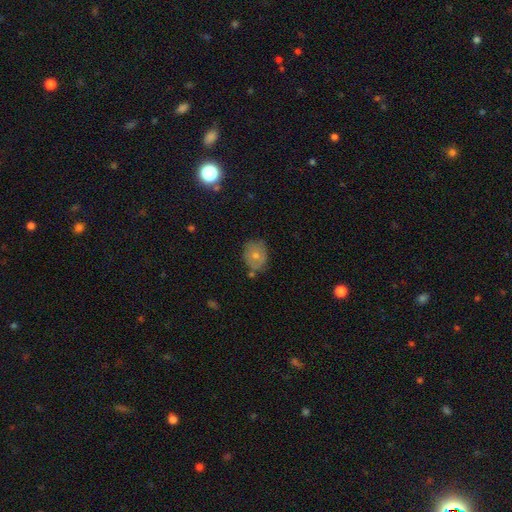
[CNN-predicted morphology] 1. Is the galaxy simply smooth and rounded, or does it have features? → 68% smooth, 23% featured or disk, 9% star or artifact.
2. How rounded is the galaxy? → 52% round, 46% in between, 1% cigar-shaped.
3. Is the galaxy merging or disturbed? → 65% none, 23% minor disturbance, 7% merger, 5% major disturbance.